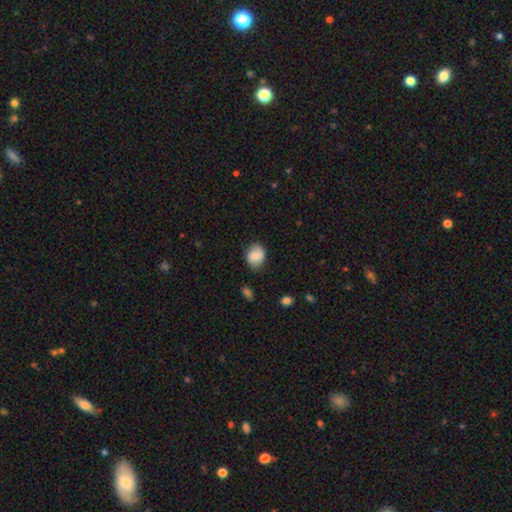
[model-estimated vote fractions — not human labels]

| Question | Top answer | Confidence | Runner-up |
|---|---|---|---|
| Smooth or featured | smooth | 67% | featured or disk (26%) |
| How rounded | round | 53% | in between (46%) |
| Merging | none | 78% | minor disturbance (17%) |